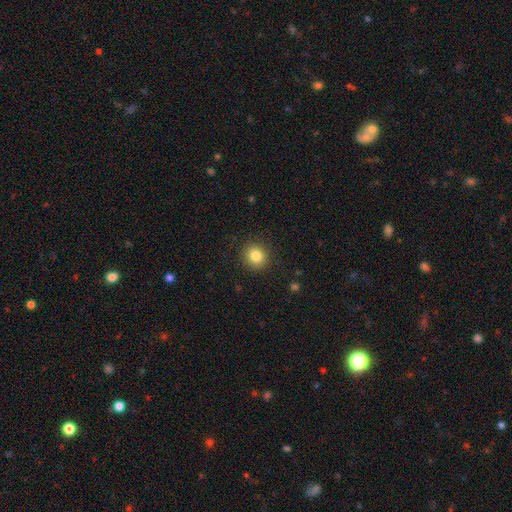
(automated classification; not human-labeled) smooth_or_featured: smooth (p=0.83) [alt: star or artifact p=0.11]
how_rounded: round (p=0.90) [alt: in between p=0.09]
merging: none (p=0.90) [alt: minor disturbance p=0.06]